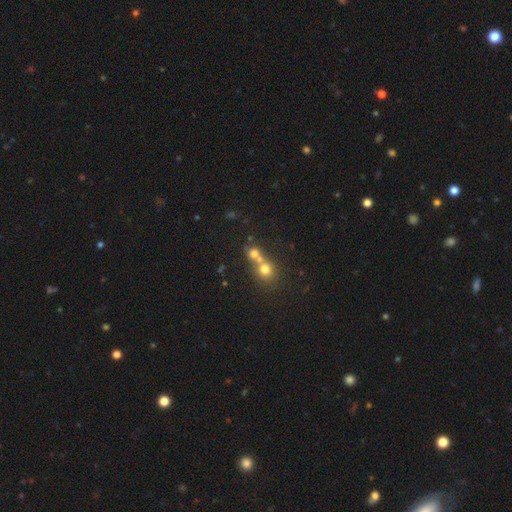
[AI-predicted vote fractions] Overall: smooth (61%). How rounded: round (82%). Merging: merger (57%; none 35%).